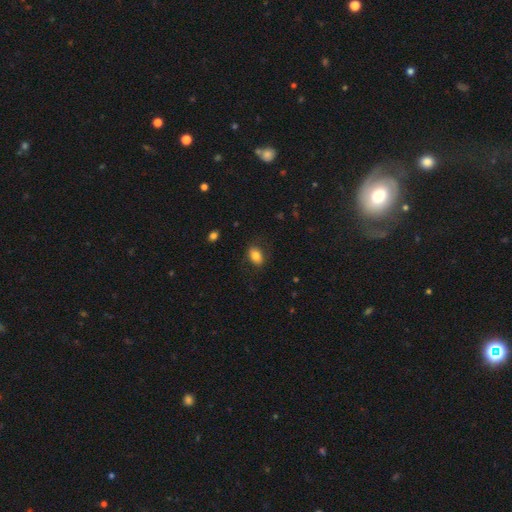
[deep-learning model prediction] smooth 80%, featured or disk 11%, star or artifact 8%. Down the decision tree: how rounded — in between (83%); merging — none (80%).